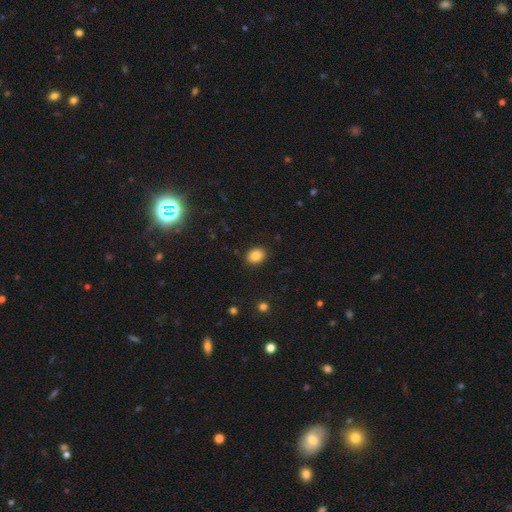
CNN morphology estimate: A smooth galaxy with no disk features (87%) that is in between round and cigar-shaped (62%).

Vote fractions:
- Smooth or featured? smooth: 87% / star or artifact: 9% / featured or disk: 4%
- How rounded? in between: 62% / round: 37% / cigar-shaped: 1%
- Merging? none: 89% / minor disturbance: 8% / major disturbance: 2% / merger: 1%